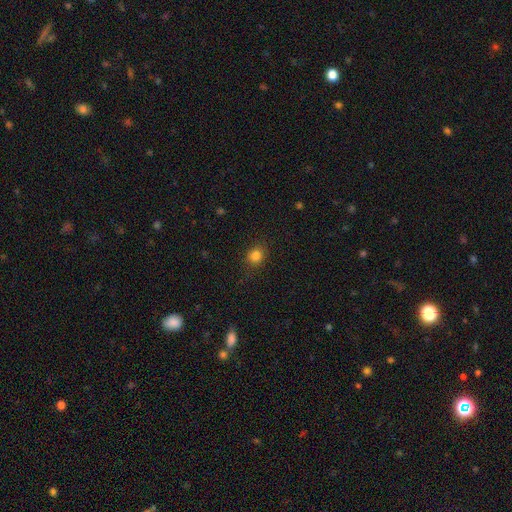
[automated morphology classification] Overall: smooth (82%). How rounded: round (76%). Merging: none (85%).